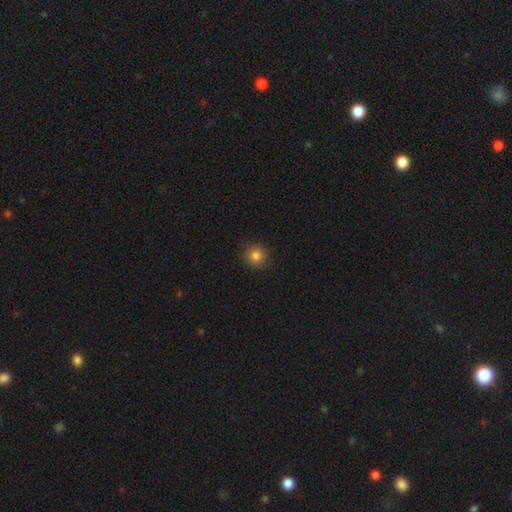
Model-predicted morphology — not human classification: Smooth or featured?
  - smooth: 83% *
  - star or artifact: 11%
  - featured or disk: 5%
How rounded?
  - round: 92% *
  - in between: 7%
  - cigar-shaped: 1%
Merging?
  - none: 90% *
  - minor disturbance: 7%
  - major disturbance: 2%
  - merger: 1%